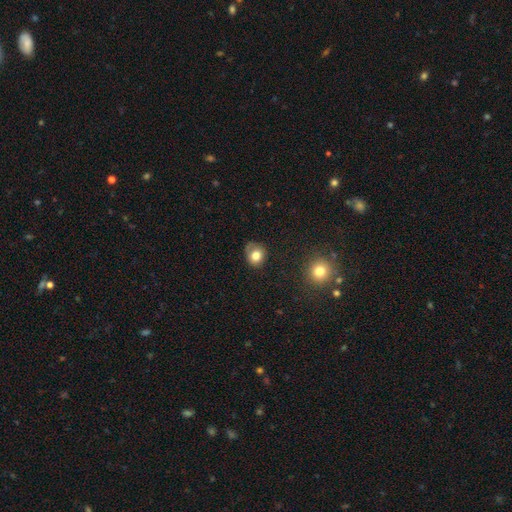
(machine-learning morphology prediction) A smooth galaxy with no disk features (77%) that is round (70%). Merging: none (60%).